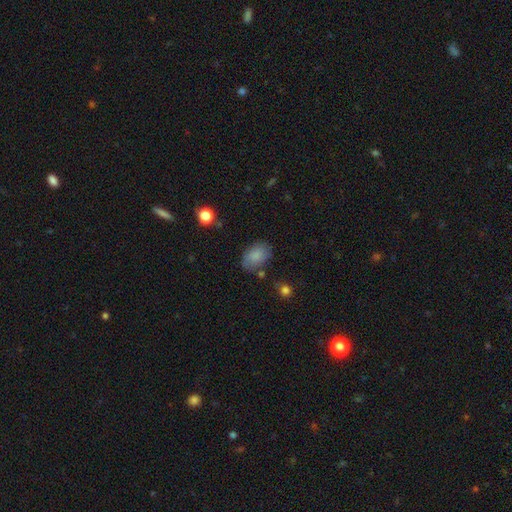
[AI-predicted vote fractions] smooth_or_featured: smooth (p=0.84) [alt: featured or disk p=0.08]
how_rounded: in between (p=0.86) [alt: round p=0.13]
merging: none (p=0.70) [alt: minor disturbance p=0.20]